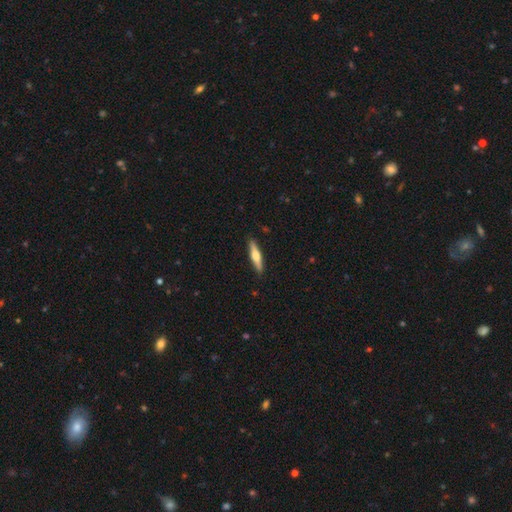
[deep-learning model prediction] Smooth or featured?
  - featured or disk: 53% *
  - smooth: 41%
  - star or artifact: 5%
Edge-on disk?
  - yes: 96% *
  - no: 4%
Edge-on bulge?
  - rounded: 91% *
  - boxy: 5%
  - none: 4%
Merging?
  - none: 90% *
  - minor disturbance: 7%
  - major disturbance: 2%
  - merger: 1%